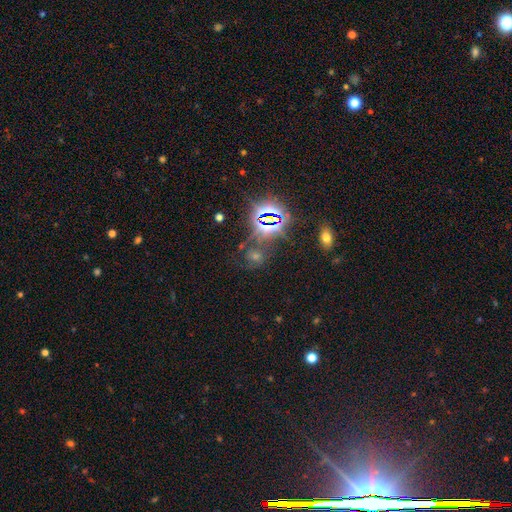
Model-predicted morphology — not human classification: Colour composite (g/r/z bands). It shows a star or artifact, not a galaxy (69%).